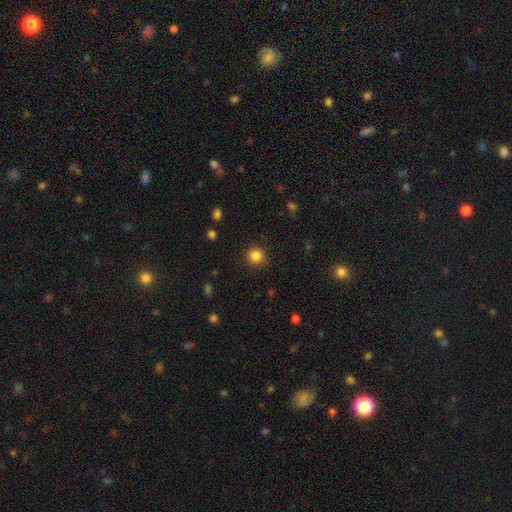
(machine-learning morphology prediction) Overall: smooth (84%). How rounded: round (93%). Merging: none (90%).